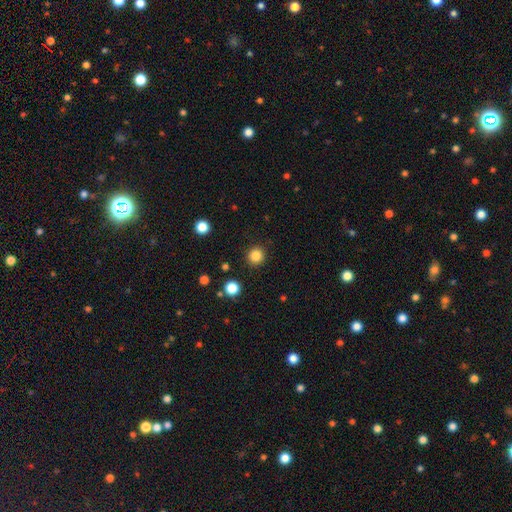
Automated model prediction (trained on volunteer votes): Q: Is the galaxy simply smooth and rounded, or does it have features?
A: smooth — 84%.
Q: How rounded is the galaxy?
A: round — 94%.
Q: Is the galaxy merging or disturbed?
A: none — 91%.